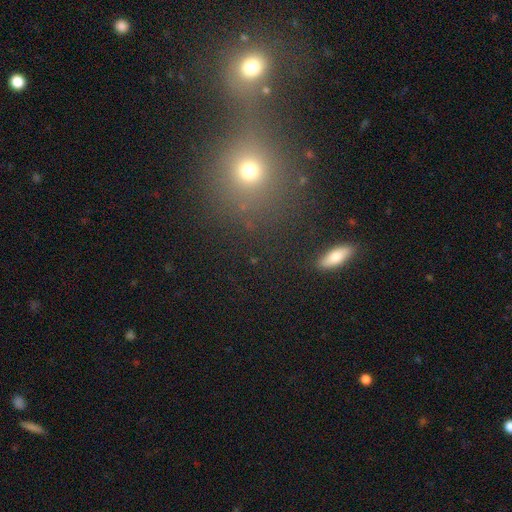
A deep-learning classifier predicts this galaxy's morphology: Q: Smooth or featured?
A: smooth (50%); runner-up: star or artifact (38%)
Q: Merging?
A: none (61%); runner-up: merger (25%)